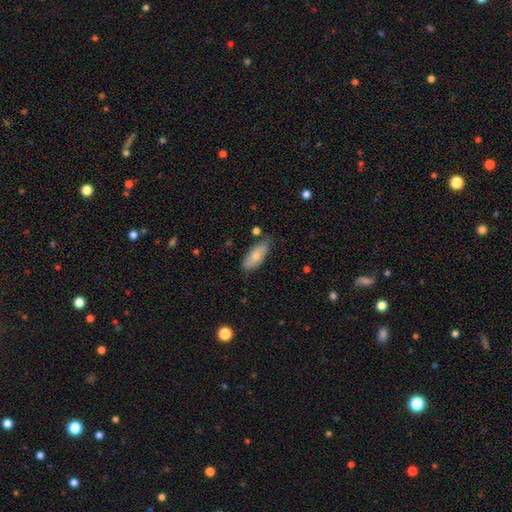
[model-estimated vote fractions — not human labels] This is likely a smooth galaxy (74%). How rounded: clearly in between (83%). Merging: likely none (68%).